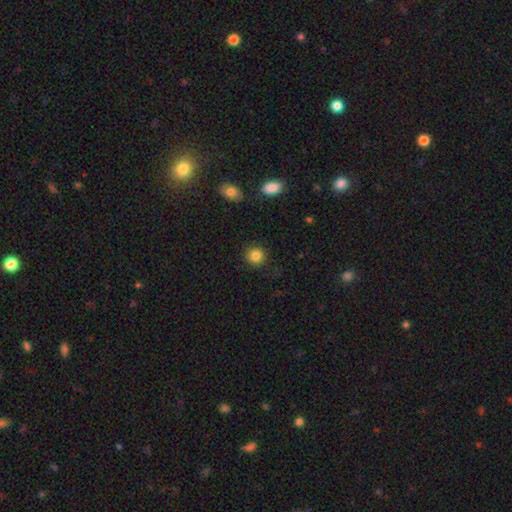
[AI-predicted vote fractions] Q: Smooth or featured?
A: smooth (85%); runner-up: star or artifact (10%)
Q: How rounded?
A: round (89%); runner-up: in between (10%)
Q: Merging?
A: none (89%); runner-up: minor disturbance (8%)